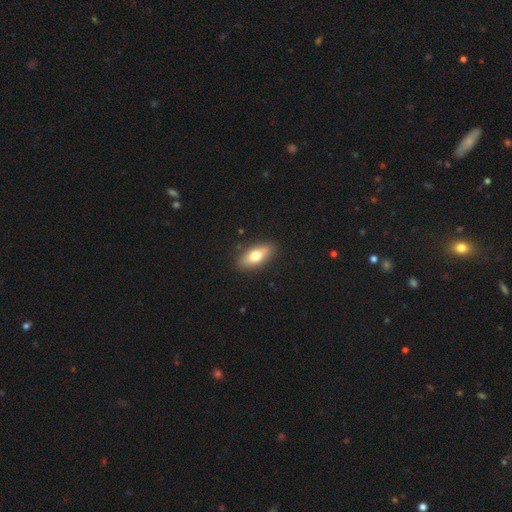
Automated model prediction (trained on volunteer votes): A smooth galaxy with no disk features (66%) that is in between round and cigar-shaped (77%). Merging: none (85%).